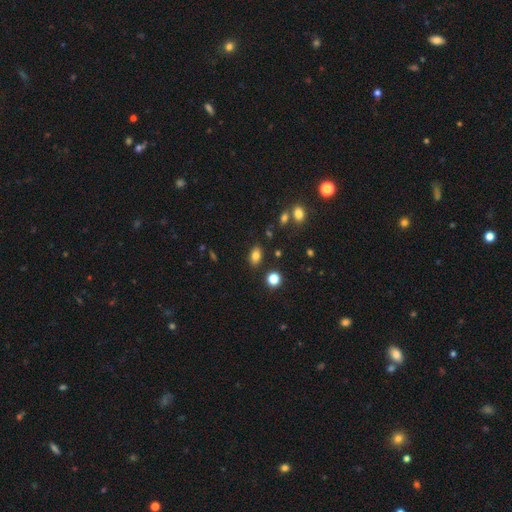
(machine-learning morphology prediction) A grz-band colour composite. It shows a smooth galaxy with no disk features (81%) that is in between round and cigar-shaped (83%). Merging: none (85%).